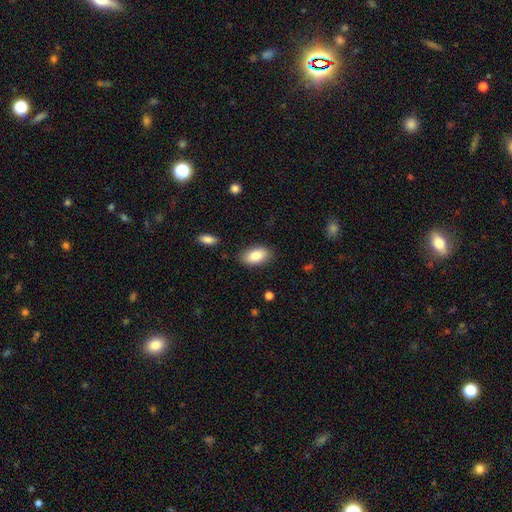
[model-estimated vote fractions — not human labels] smooth-or-featured: smooth: 84% | featured or disk: 10% | star or artifact: 7%
  how-rounded: in between: 92% | cigar-shaped: 4% | round: 4%
  merging: none: 84% | minor disturbance: 11% | major disturbance: 3% | merger: 2%